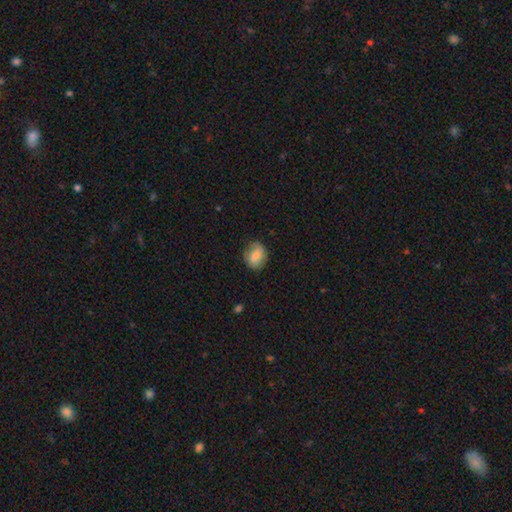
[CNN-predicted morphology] Overall: smooth (79%). How rounded: round (54%; in between 44%). Merging: none (75%).